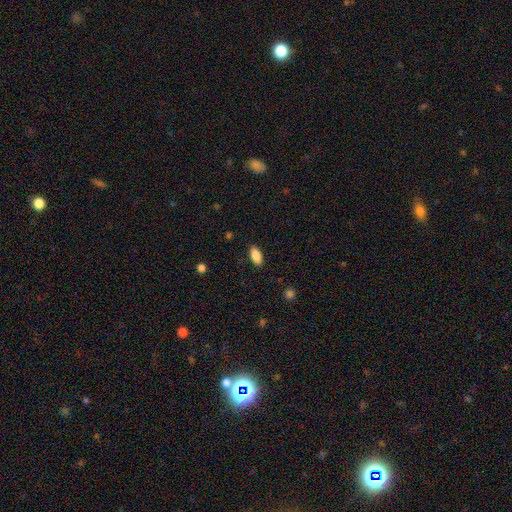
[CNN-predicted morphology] type=smooth (87%); roundness=in between (89%); merging=none (88%).